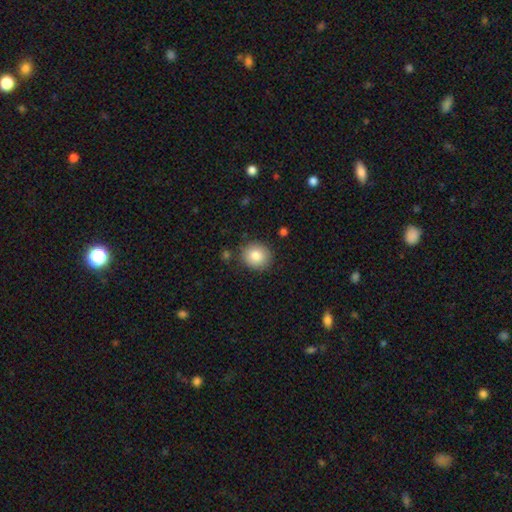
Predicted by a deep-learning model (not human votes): This appears to be a smooth galaxy with no disk features (83%) that is round (85%). Merging: none (86%).